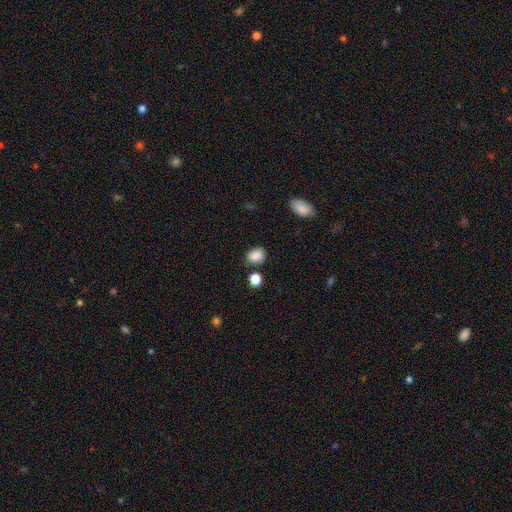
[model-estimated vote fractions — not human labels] A smooth galaxy with no disk features (86%) that is in between round and cigar-shaped (54%).

Vote fractions:
- Smooth or featured? smooth: 86% / star or artifact: 10% / featured or disk: 4%
- How rounded? in between: 54% / round: 44% / cigar-shaped: 1%
- Merging? none: 76% / minor disturbance: 14% / merger: 6% / major disturbance: 4%